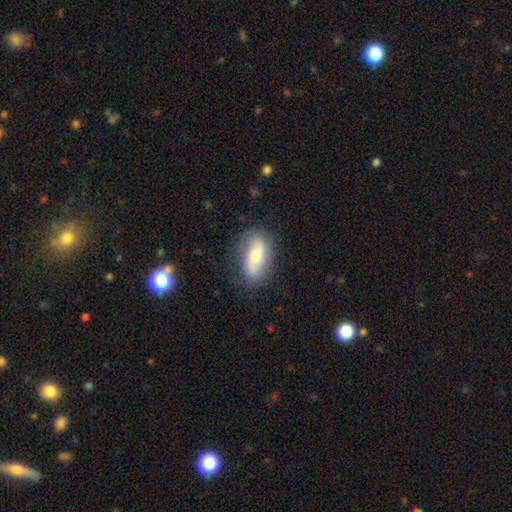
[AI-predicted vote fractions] This appears to be a smooth galaxy with no disk features (59%) that is in between round and cigar-shaped (87%). Merging: none (77%).